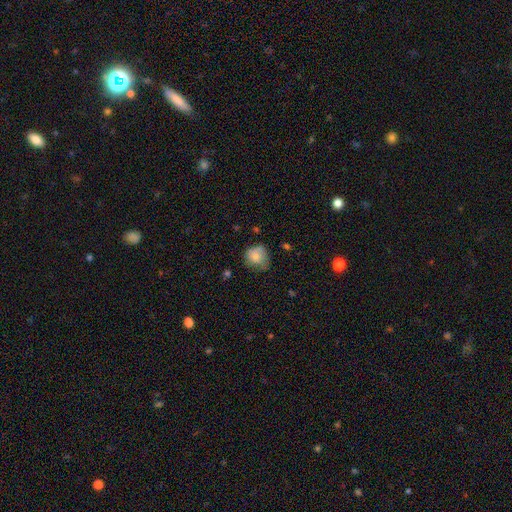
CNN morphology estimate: smooth 78%, featured or disk 13%, star or artifact 9%. Down the decision tree: how rounded — round (71%); merging — none (46%).